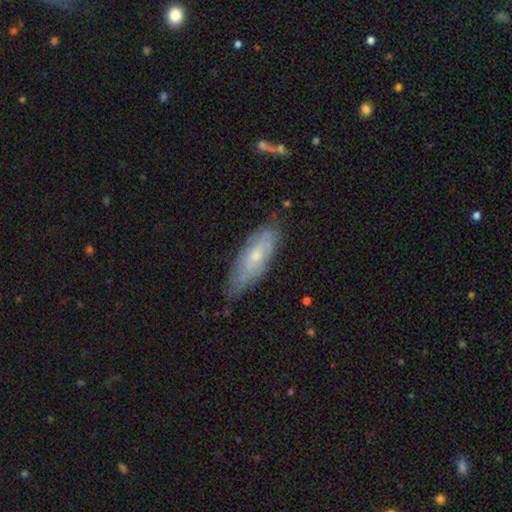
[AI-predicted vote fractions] This is possibly a featured or disk galaxy (51%). It is likely not viewed edge-on (71%). Merging: likely none (67%).